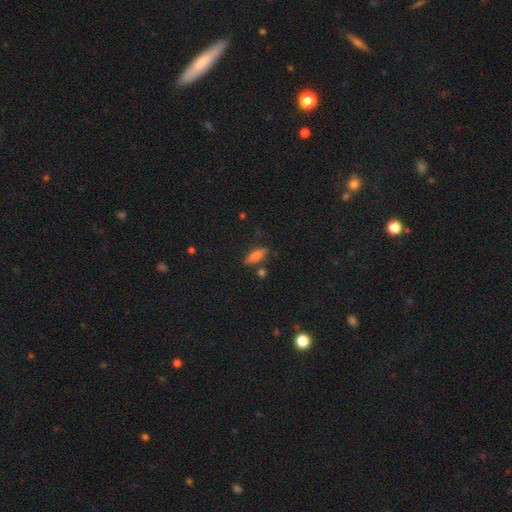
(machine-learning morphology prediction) A smooth galaxy with no disk features (73%) that is in between round and cigar-shaped (59%).

Vote fractions:
- Smooth or featured? smooth: 73% / featured or disk: 18% / star or artifact: 9%
- How rounded? in between: 59% / cigar-shaped: 38% / round: 3%
- Merging? none: 76% / minor disturbance: 14% / merger: 6% / major disturbance: 4%